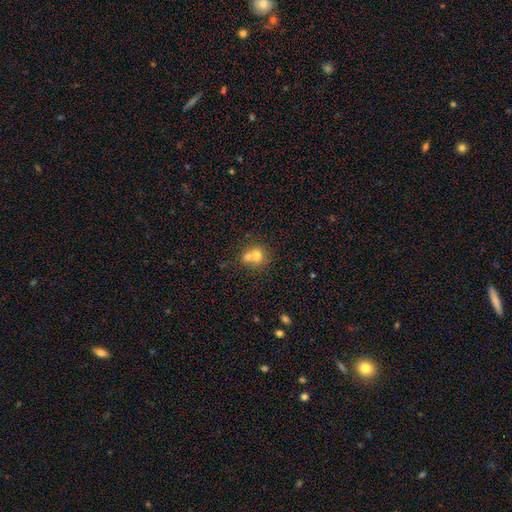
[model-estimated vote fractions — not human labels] This is likely a smooth galaxy (70%). How rounded: clearly round (80%). Merging: possibly merger (56%).